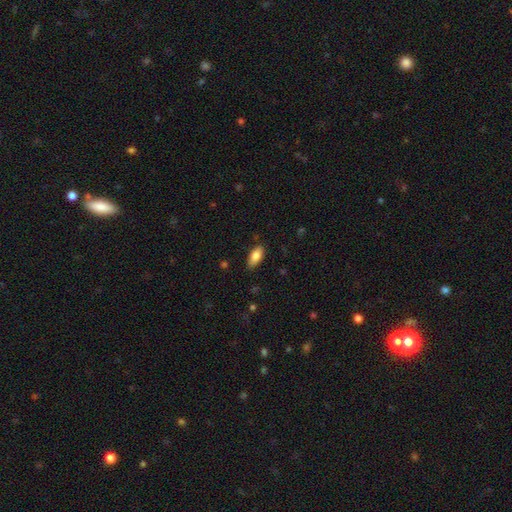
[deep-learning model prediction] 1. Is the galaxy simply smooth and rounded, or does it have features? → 84% smooth, 10% featured or disk, 7% star or artifact.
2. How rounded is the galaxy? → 86% in between, 12% cigar-shaped, 2% round.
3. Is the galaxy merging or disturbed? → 82% none, 14% minor disturbance, 3% major disturbance, 1% merger.